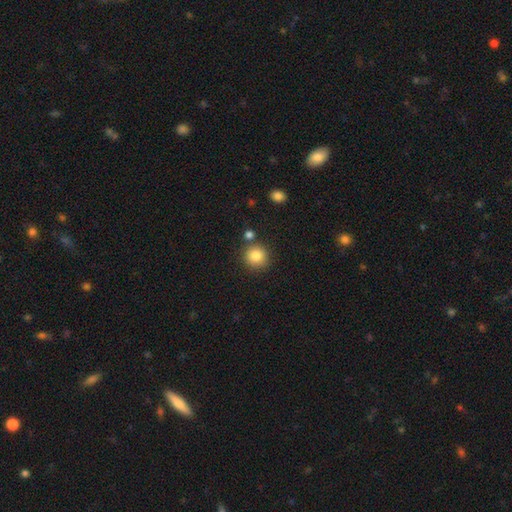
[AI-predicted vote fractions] Overall: smooth (84%). How rounded: round (92%). Merging: none (81%).